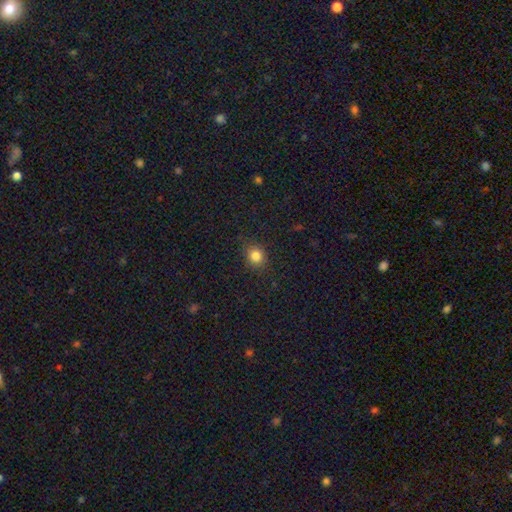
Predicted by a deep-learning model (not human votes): A smooth galaxy with no disk features (82%) that is round (79%).

Vote fractions:
- Smooth or featured? smooth: 82% / star or artifact: 13% / featured or disk: 5%
- How rounded? round: 79% / in between: 20% / cigar-shaped: 1%
- Merging? none: 85% / minor disturbance: 11% / major disturbance: 3% / merger: 1%